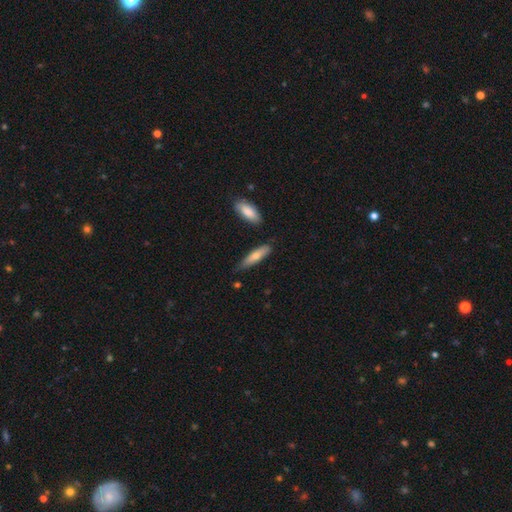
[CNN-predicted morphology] smooth 68%, featured or disk 26%, star or artifact 6%. Down the decision tree: how rounded — cigar-shaped (70%); merging — none (70%).